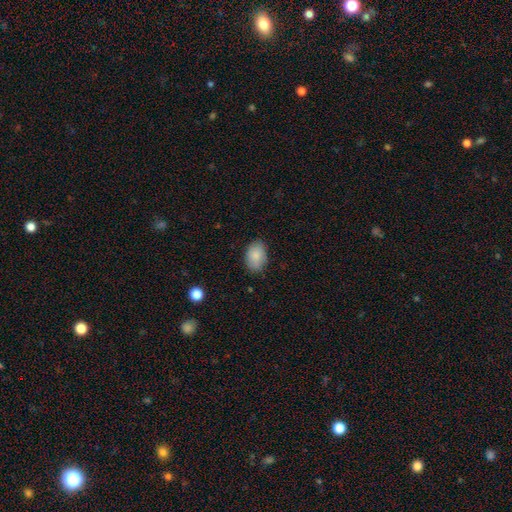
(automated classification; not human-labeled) This is clearly a smooth galaxy (87%). How rounded: clearly in between (86%). Merging: clearly none (81%).